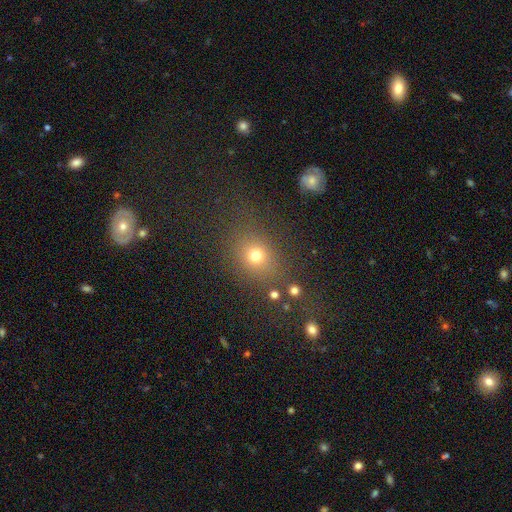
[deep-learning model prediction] This appears to be a smooth galaxy with no disk features (70%) that is round (64%). Merging: none (76%).